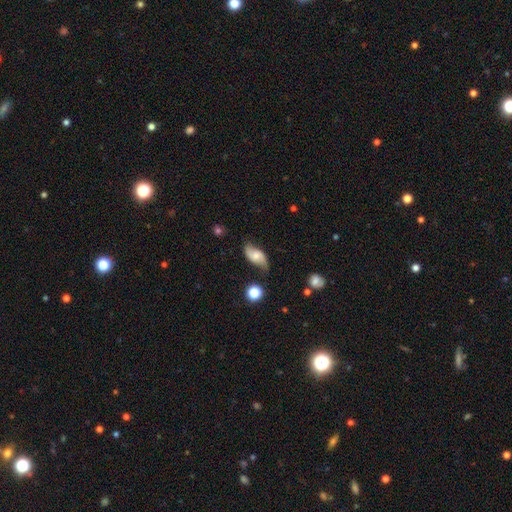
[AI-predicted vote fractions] Morphology: type=featured or disk (58%); edge-on=no (93%); bar=no (59%); spiral arms=yes (90%); bulge=moderate (43%); merging=none (69%).